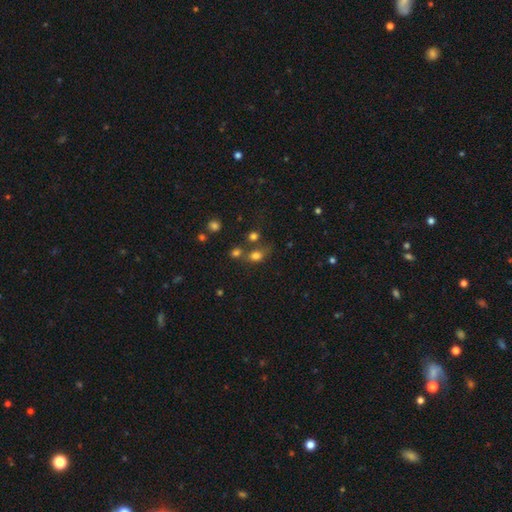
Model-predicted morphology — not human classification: This is likely a smooth galaxy (74%). How rounded: possibly in between (52%). Merging: possibly none (50%).